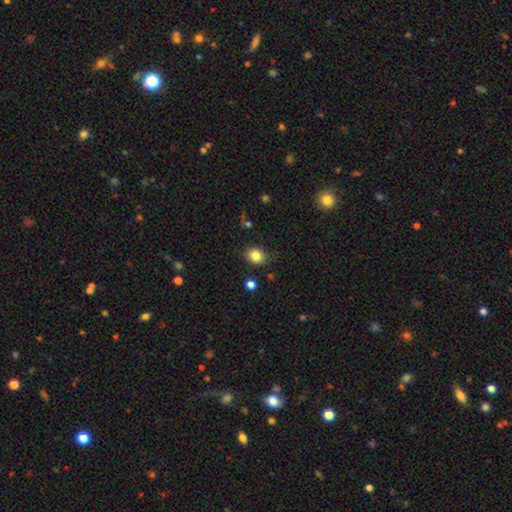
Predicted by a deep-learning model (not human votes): Smooth or featured? smooth (83%)
How rounded? round (63%)
Merging? none (82%)